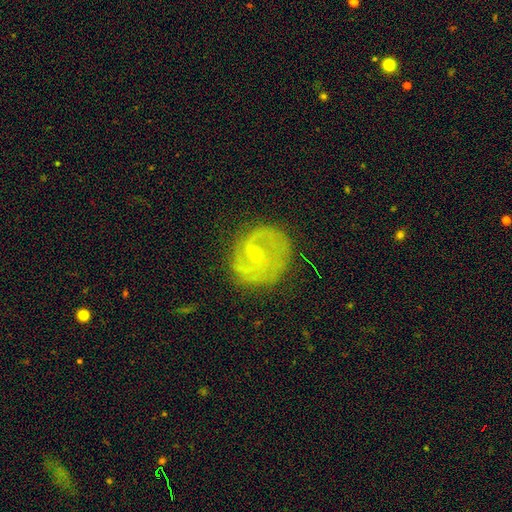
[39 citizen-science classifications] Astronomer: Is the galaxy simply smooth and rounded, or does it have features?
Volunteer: featured or disk — 95%.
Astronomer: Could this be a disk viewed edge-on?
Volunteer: no — 97%.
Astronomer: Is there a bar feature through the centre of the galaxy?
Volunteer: weak — 56%.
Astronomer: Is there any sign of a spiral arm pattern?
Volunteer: yes — 100%.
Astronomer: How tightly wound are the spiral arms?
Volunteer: tight — 50% (runner-up: medium, 33%).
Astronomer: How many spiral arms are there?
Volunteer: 2 — 33% (runner-up: 3, 25%).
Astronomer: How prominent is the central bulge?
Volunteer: small — 81%.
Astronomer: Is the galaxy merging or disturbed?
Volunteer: none — 70%.